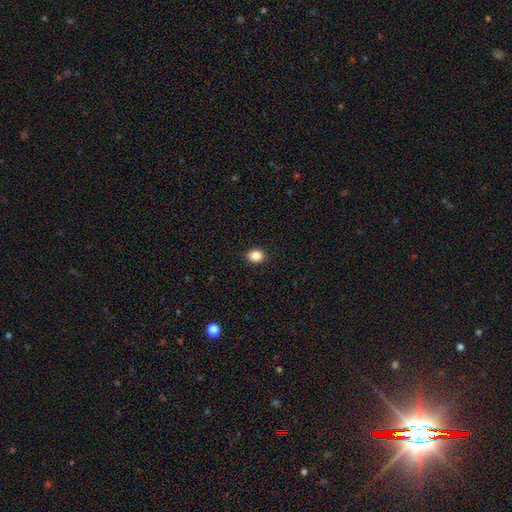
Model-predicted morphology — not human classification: smooth_or_featured: smooth (p=0.86) [alt: star or artifact p=0.10]
how_rounded: in between (p=0.54) [alt: round p=0.45]
merging: none (p=0.90) [alt: minor disturbance p=0.07]